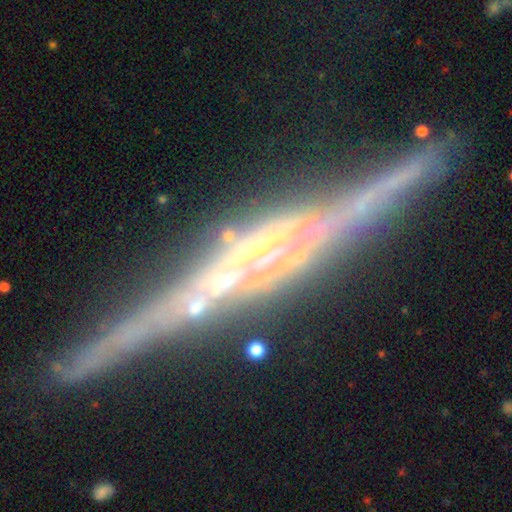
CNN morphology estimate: Q: Smooth or featured?
A: featured or disk (86%); runner-up: star or artifact (9%)
Q: Edge-on disk?
A: yes (96%); runner-up: no (4%)
Q: Edge-on bulge?
A: rounded (35%); runner-up: boxy (33%)
Q: Merging?
A: none (81%); runner-up: minor disturbance (12%)